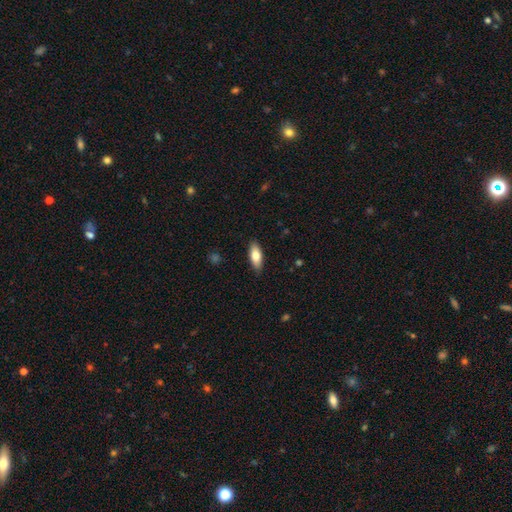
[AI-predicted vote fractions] Morphology: type=smooth (78%); roundness=in between (76%); merging=none (88%).